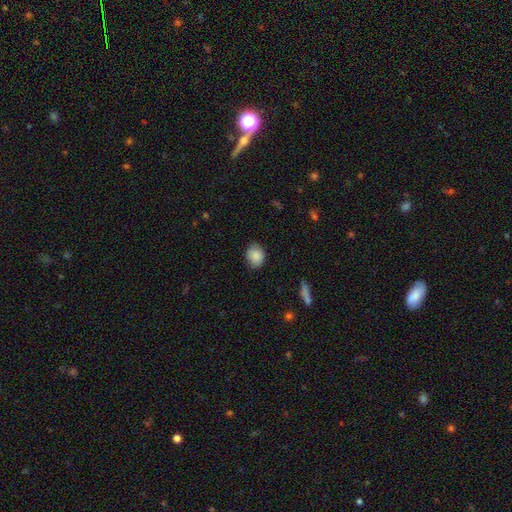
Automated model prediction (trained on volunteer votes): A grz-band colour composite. It shows a smooth galaxy with no disk features (87%) that is round (56%). Merging: none (78%).